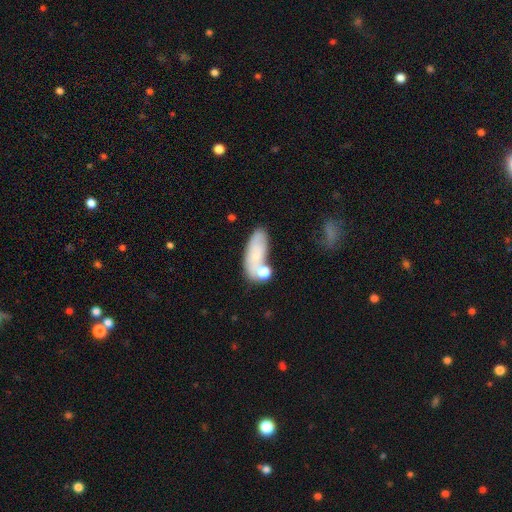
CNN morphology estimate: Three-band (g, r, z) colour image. It shows a smooth galaxy with no disk features (69%) that is in between round and cigar-shaped (80%). Merging: none (55%).